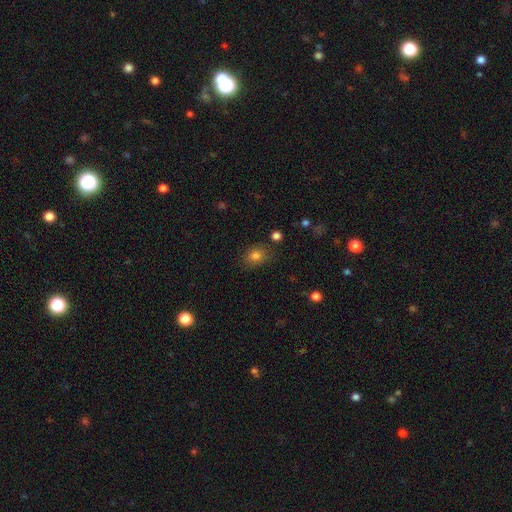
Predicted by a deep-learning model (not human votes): smooth_or_featured: smooth (p=0.80) [alt: star or artifact p=0.12]
how_rounded: in between (p=0.51) [alt: round p=0.47]
merging: none (p=0.78) [alt: minor disturbance p=0.15]